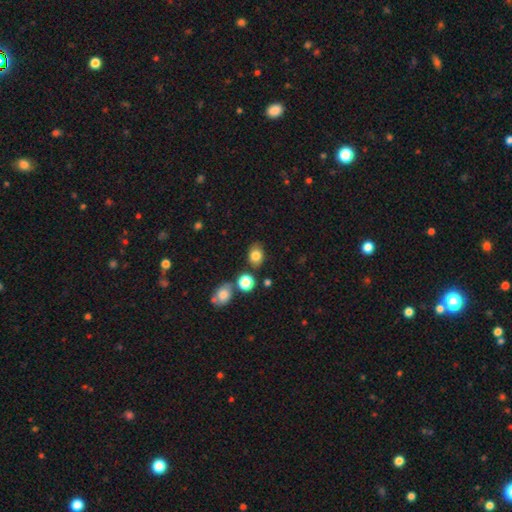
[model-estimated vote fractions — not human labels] Smooth or featured? Predicted: smooth (p=0.82). How rounded? Predicted: in between (p=0.60). Merging? Predicted: none (p=0.78).